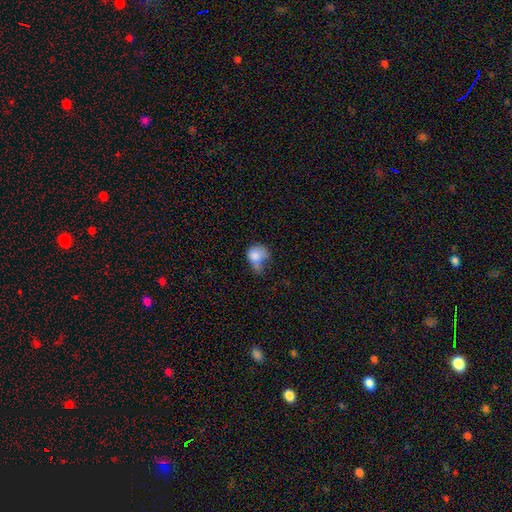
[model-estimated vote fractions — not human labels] A smooth galaxy with no disk features (77%) that is round (56%).

Vote fractions:
- Smooth or featured? smooth: 77% / featured or disk: 13% / star or artifact: 9%
- How rounded? round: 56% / in between: 43% / cigar-shaped: 1%
- Merging? major disturbance: 34% / minor disturbance: 32% / none: 22% / merger: 13%